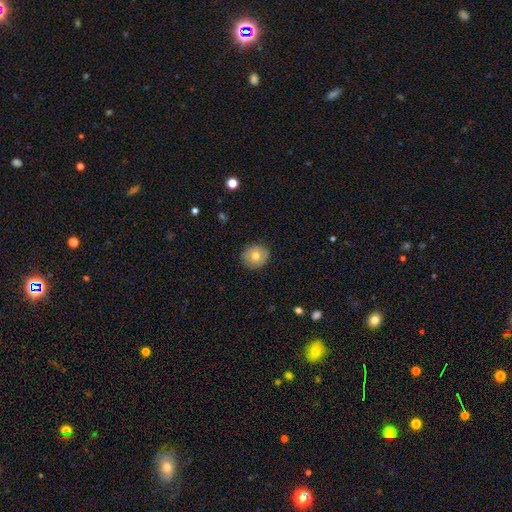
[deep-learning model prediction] Q: Smooth or featured?
A: smooth (63%); runner-up: featured or disk (29%)
Q: How rounded?
A: round (85%); runner-up: in between (14%)
Q: Merging?
A: none (86%); runner-up: minor disturbance (10%)